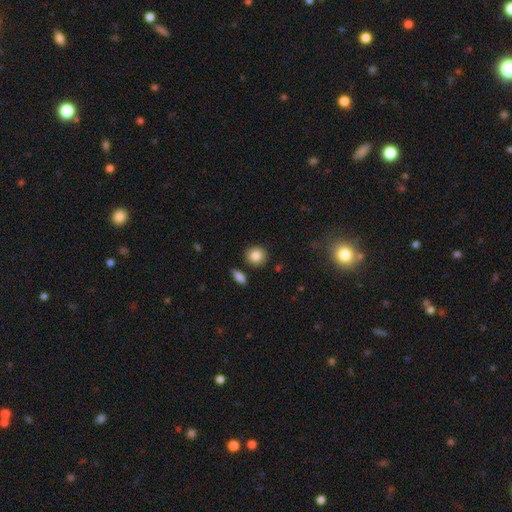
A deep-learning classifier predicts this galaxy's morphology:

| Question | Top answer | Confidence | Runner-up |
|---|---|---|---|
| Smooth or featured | smooth | 85% | star or artifact (8%) |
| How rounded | round | 86% | in between (13%) |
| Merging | none | 87% | minor disturbance (8%) |